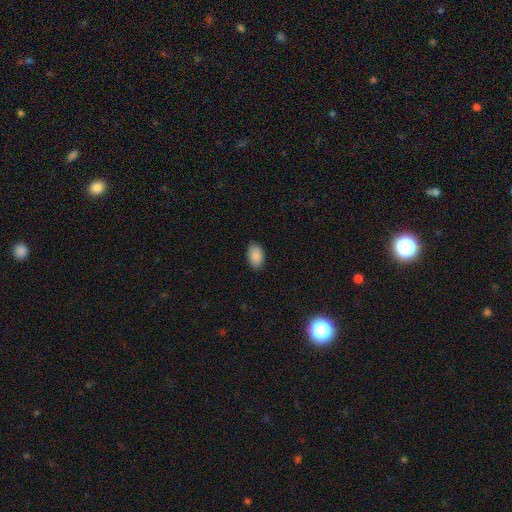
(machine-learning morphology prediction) Overall: smooth (89%). How rounded: in between (90%). Merging: none (86%).